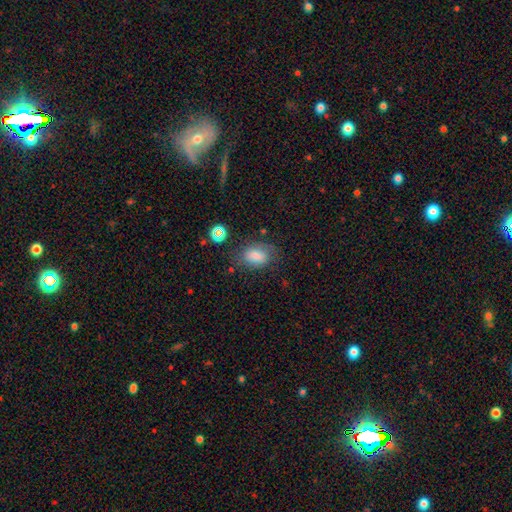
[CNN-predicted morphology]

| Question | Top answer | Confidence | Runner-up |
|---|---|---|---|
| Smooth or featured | smooth | 75% | featured or disk (15%) |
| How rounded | in between | 83% | round (15%) |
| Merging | none | 67% | minor disturbance (21%) |